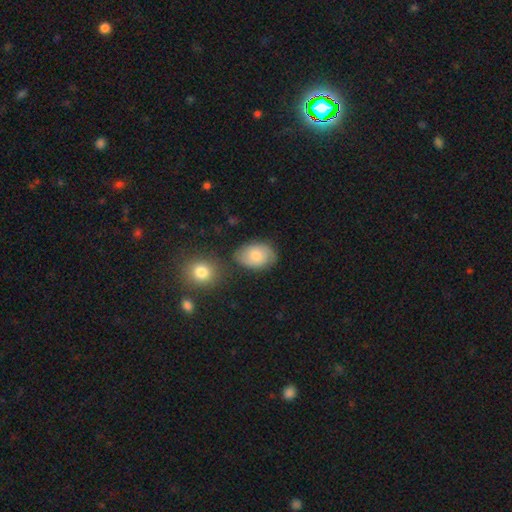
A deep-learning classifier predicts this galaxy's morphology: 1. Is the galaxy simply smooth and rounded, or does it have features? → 67% smooth, 25% featured or disk, 8% star or artifact.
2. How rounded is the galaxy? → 80% in between, 19% round, 1% cigar-shaped.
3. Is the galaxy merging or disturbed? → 71% none, 18% minor disturbance, 7% merger, 4% major disturbance.